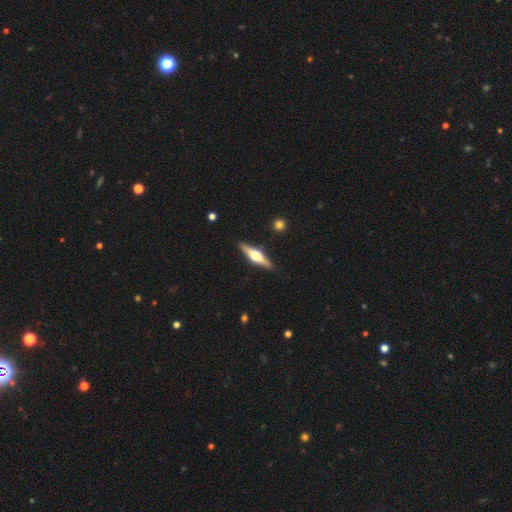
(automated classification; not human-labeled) The model was most divided on "smooth or featured": featured or disk: 72%, smooth: 23%, star or artifact: 5%. More confident: edge-on disk — yes (97%); edge-on bulge — rounded (95%); merging — none (90%).